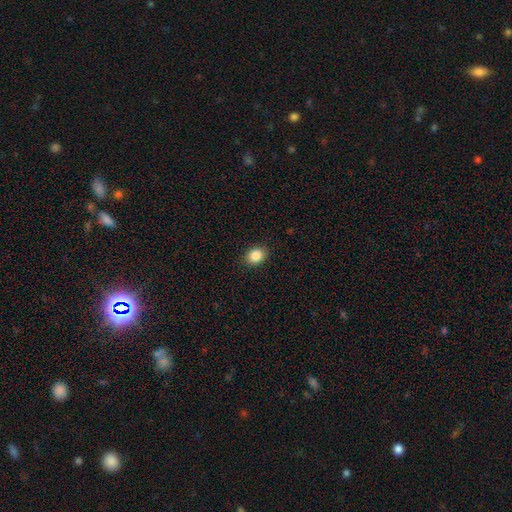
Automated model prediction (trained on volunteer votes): Q: Smooth or featured?
A: smooth (86%); runner-up: star or artifact (9%)
Q: How rounded?
A: in between (54%); runner-up: round (45%)
Q: Merging?
A: none (90%); runner-up: minor disturbance (7%)